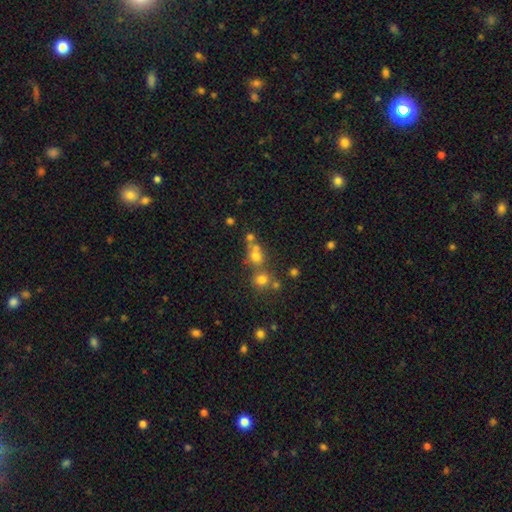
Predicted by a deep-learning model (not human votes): smooth_or_featured: smooth (p=0.63) [alt: star or artifact p=0.21]
how_rounded: round (p=0.80) [alt: in between p=0.19]
merging: none (p=0.46) [alt: merger p=0.40]